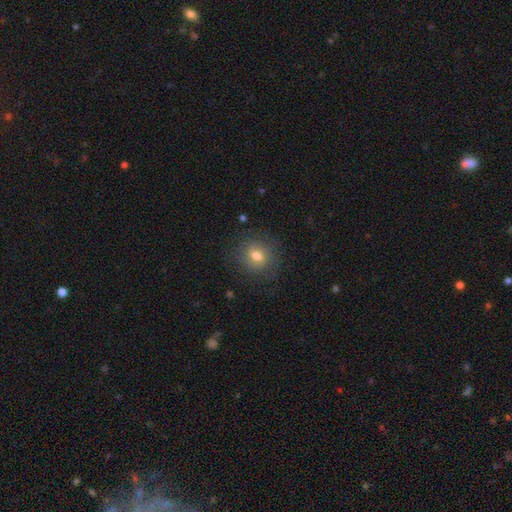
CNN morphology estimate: Smooth or featured? Predicted: smooth (p=0.62). How rounded? Predicted: round (p=0.83). Merging? Predicted: none (p=0.84).